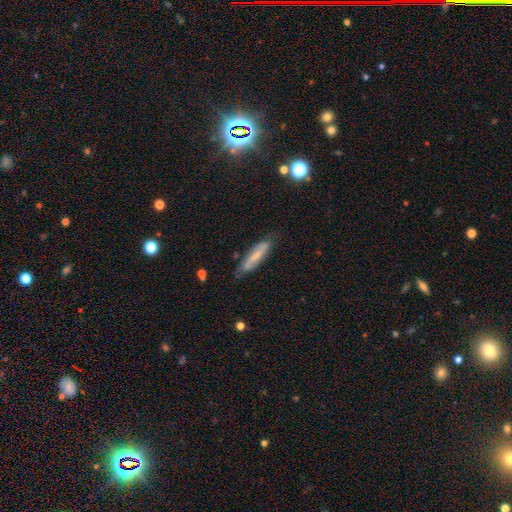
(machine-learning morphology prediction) featured or disk 48%, smooth 45%, star or artifact 8%. Down the decision tree: merging — none (74%).